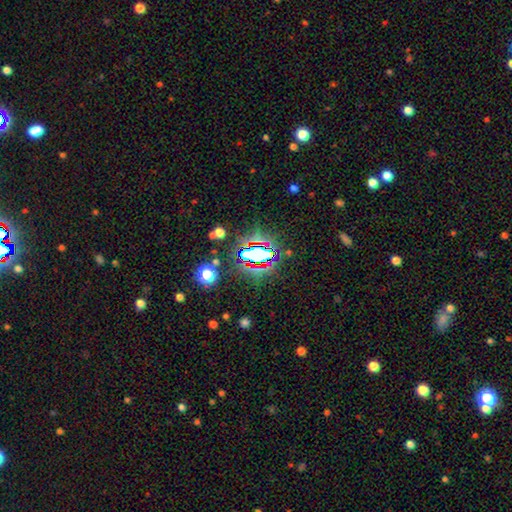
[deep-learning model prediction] This appears to be a star or artifact, not a galaxy (61%).